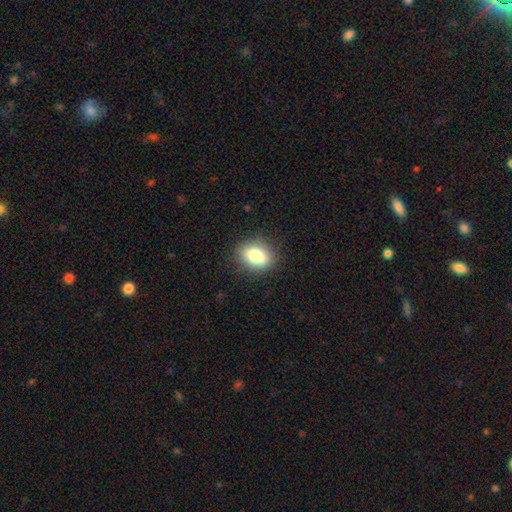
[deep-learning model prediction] A smooth galaxy with no disk features (79%) that is in between round and cigar-shaped (67%).

Vote fractions:
- Smooth or featured? smooth: 79% / featured or disk: 12% / star or artifact: 9%
- How rounded? in between: 67% / round: 31% / cigar-shaped: 2%
- Merging? none: 85% / minor disturbance: 11% / major disturbance: 3% / merger: 1%